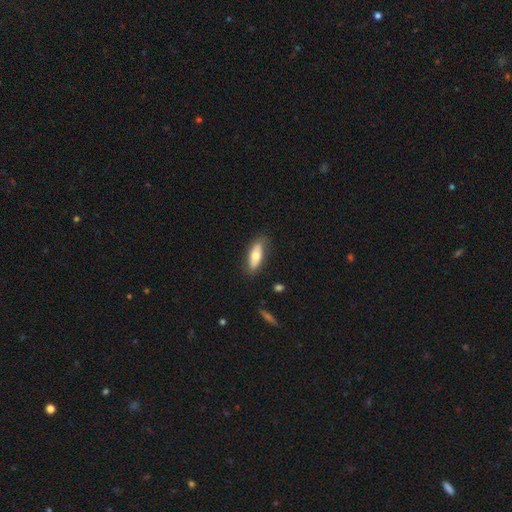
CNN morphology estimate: A smooth galaxy with no disk features (66%) that is in between round and cigar-shaped (71%).

Vote fractions:
- Smooth or featured? smooth: 66% / featured or disk: 28% / star or artifact: 6%
- How rounded? in between: 71% / cigar-shaped: 26% / round: 3%
- Merging? none: 79% / minor disturbance: 16% / major disturbance: 3% / merger: 2%